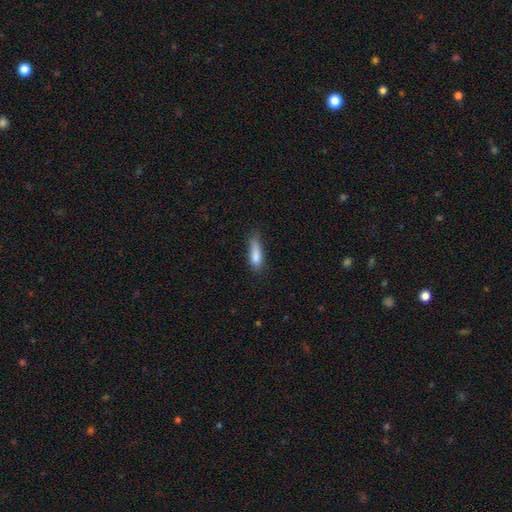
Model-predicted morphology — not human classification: smooth 82%, featured or disk 10%, star or artifact 8%. Down the decision tree: how rounded — cigar-shaped (49%); merging — none (58%).